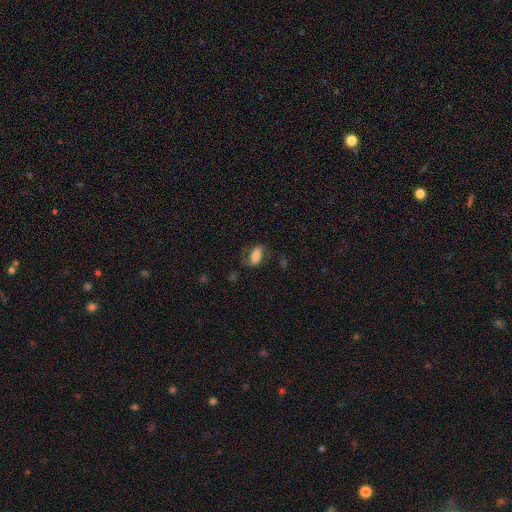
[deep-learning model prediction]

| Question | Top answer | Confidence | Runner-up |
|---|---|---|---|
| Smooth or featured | smooth | 65% | featured or disk (27%) |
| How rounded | in between | 86% | cigar-shaped (7%) |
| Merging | none | 62% | minor disturbance (22%) |